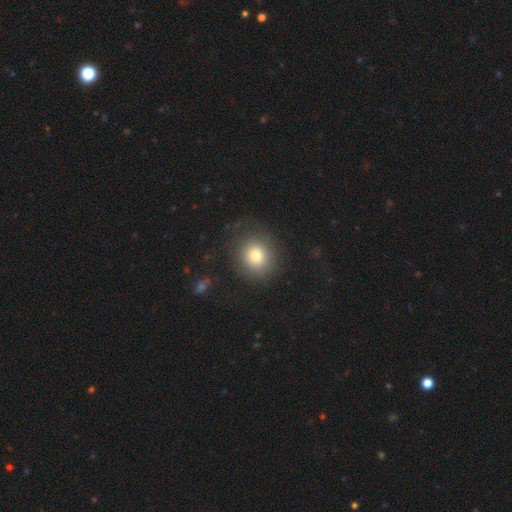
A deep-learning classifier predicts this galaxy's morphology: The model was most divided on "how rounded": round: 81%, in between: 18%, cigar-shaped: 1%. More confident: merging — none (80%); smooth or featured — smooth (78%).